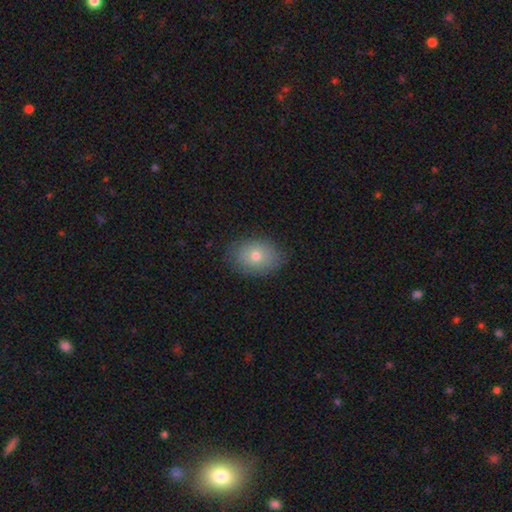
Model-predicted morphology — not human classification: A smooth galaxy with no disk features (72%) that is in between round and cigar-shaped (68%). Merging: none (84%).